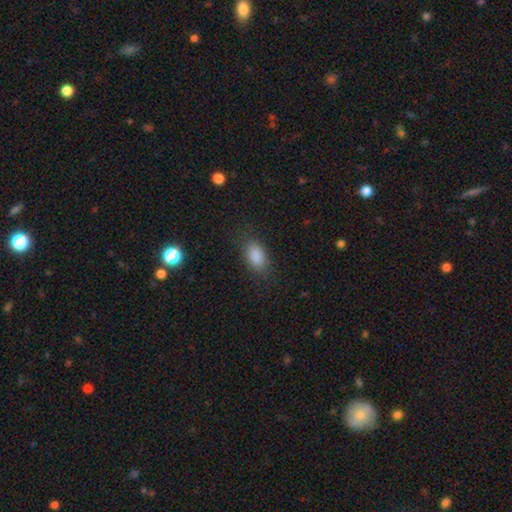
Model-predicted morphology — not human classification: This is clearly a smooth galaxy (85%). How rounded: clearly in between (88%). Merging: clearly none (83%).